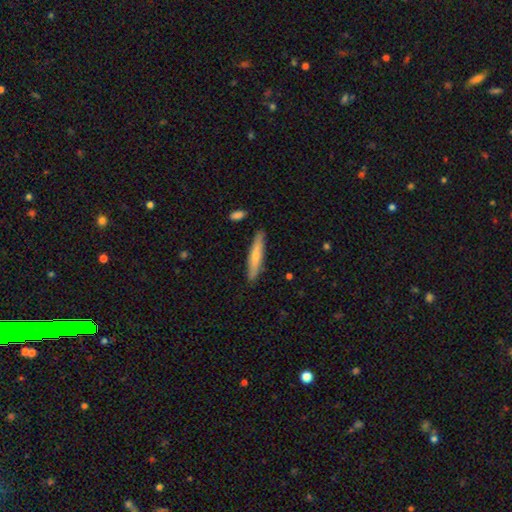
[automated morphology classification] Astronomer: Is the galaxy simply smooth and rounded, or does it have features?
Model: smooth — 61%.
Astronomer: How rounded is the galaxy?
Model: cigar-shaped — 88%.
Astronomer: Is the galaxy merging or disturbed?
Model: none — 86%.